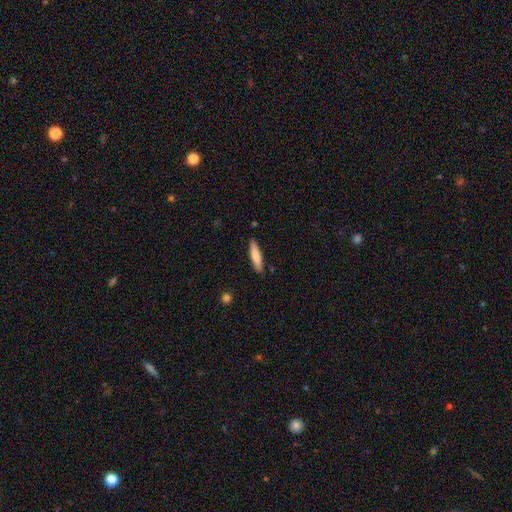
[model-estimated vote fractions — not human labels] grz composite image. It shows a smooth galaxy with no disk features (76%) that is cigar-shaped (81%). Merging: none (87%).